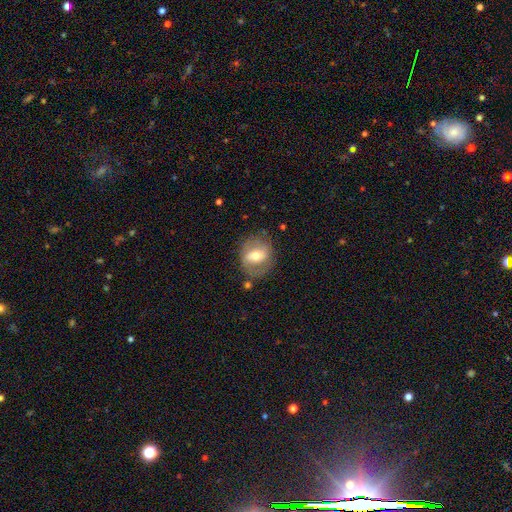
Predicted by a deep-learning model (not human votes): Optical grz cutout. It shows a featured or disk galaxy (49%). Merging: none (68%).